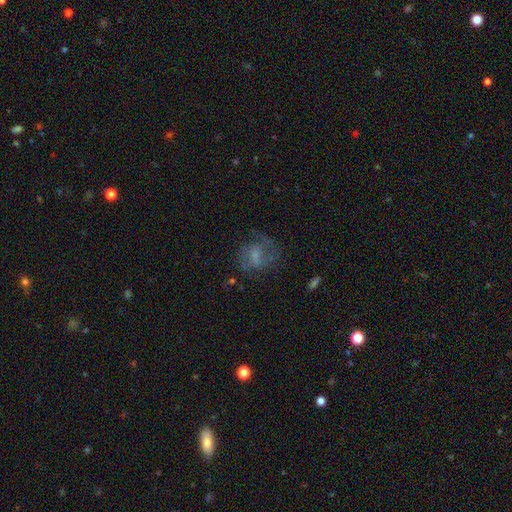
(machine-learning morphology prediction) This is possibly a featured or disk galaxy (50%). Merging: possibly none (55%).